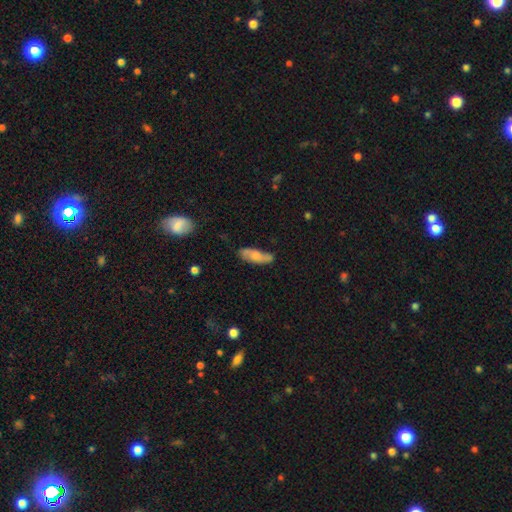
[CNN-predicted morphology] Q: Smooth or featured?
A: smooth (59%); runner-up: featured or disk (34%)
Q: How rounded?
A: in between (62%); runner-up: cigar-shaped (35%)
Q: Merging?
A: none (71%); runner-up: minor disturbance (21%)